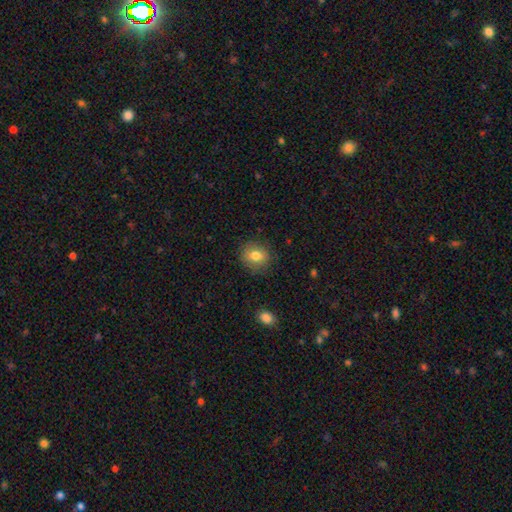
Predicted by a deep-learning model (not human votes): This appears to be a smooth galaxy with no disk features (79%) that is round (75%). Merging: none (85%).